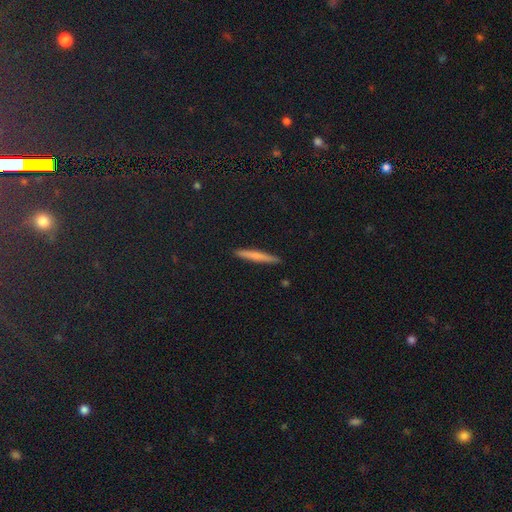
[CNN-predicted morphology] type=smooth (61%); roundness=cigar-shaped (94%); merging=none (91%).